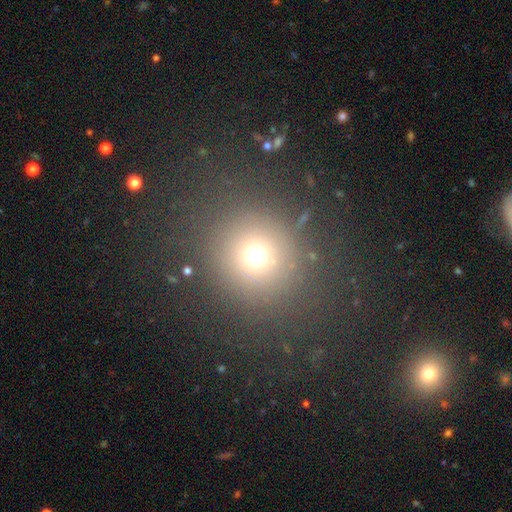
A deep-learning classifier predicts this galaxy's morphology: This is likely a smooth galaxy (67%). How rounded: clearly round (92%). Merging: clearly none (82%).